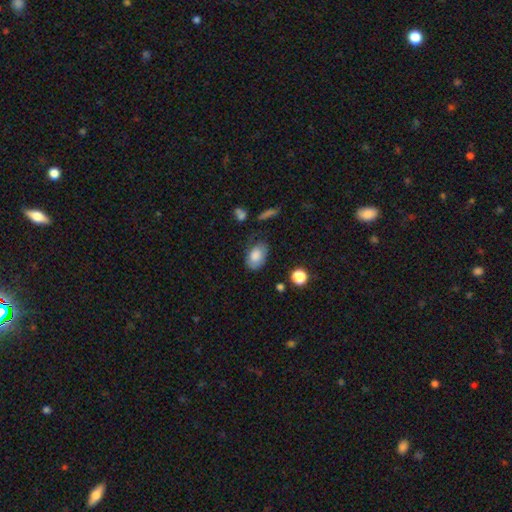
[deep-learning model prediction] Morphology: type=smooth (80%); roundness=in between (87%); merging=none (64%).